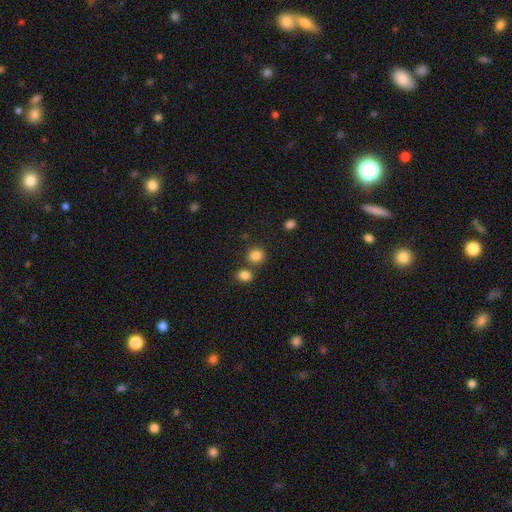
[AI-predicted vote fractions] smooth_or_featured: smooth (p=0.84) [alt: star or artifact p=0.11]
how_rounded: round (p=0.86) [alt: in between p=0.13]
merging: none (p=0.70) [alt: merger p=0.19]